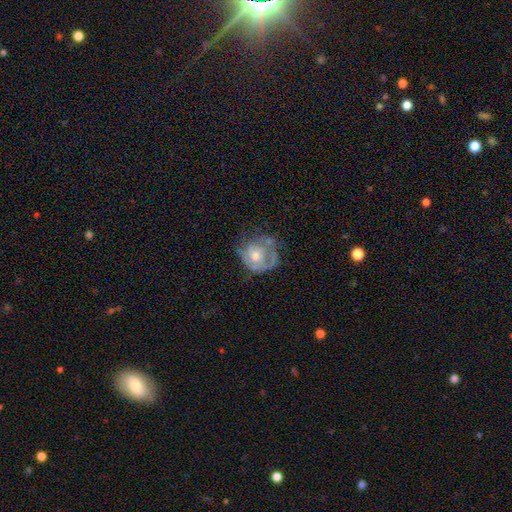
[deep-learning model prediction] Smooth or featured?
  - featured or disk: 57% *
  - smooth: 36%
  - star or artifact: 7%
Edge-on disk?
  - no: 97% *
  - yes: 3%
Bar?
  - no: 81% *
  - weak: 16%
  - strong: 3%
Spiral arms?
  - yes: 52% *
  - no: 48%
Bulge size?
  - moderate: 66% *
  - small: 21%
  - large: 9%
  - none: 3%
  - dominant: 1%
Merging?
  - none: 42% *
  - minor disturbance: 28%
  - major disturbance: 25%
  - merger: 5%